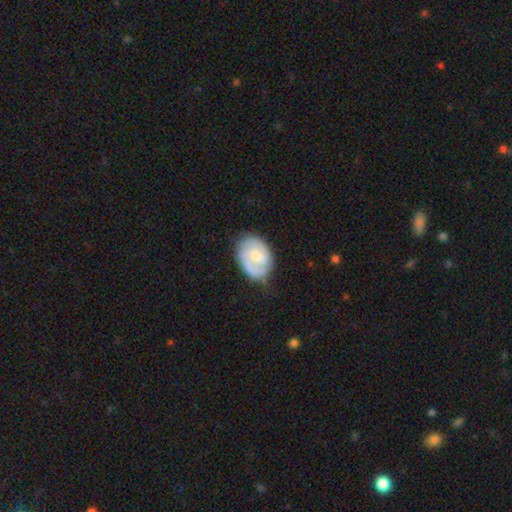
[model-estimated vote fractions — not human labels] featured or disk 60%, smooth 34%, star or artifact 6%. Down the decision tree: edge-on disk — no (97%); bar — no (47%); spiral arms — yes (85%); bulge size — small (48%); merging — none (65%).